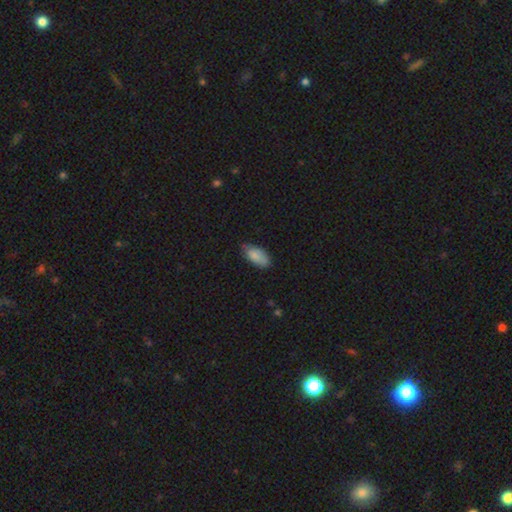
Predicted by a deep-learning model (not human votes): smooth-or-featured: smooth: 83% | featured or disk: 11% | star or artifact: 6%
  how-rounded: in between: 92% | cigar-shaped: 6% | round: 2%
  merging: none: 68% | minor disturbance: 27% | major disturbance: 4% | merger: 1%